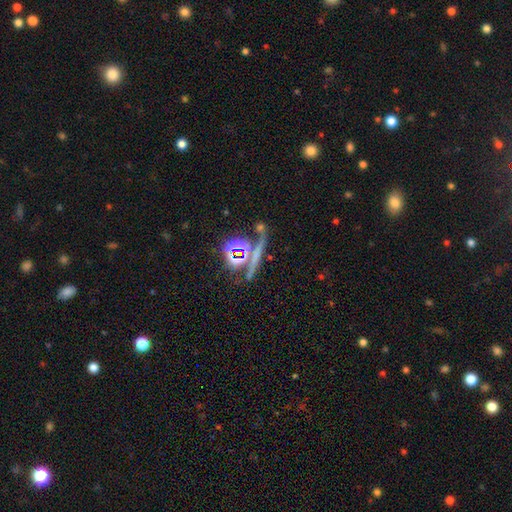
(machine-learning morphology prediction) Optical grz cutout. It shows a star or artifact, not a galaxy (52%).